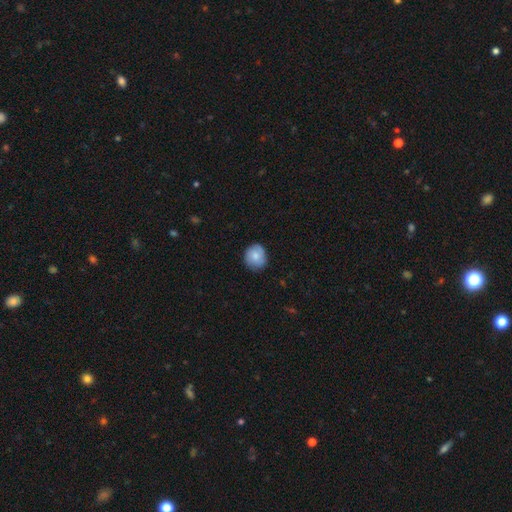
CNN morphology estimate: A smooth galaxy with no disk features (73%) that is round (81%). Merging: none (81%).